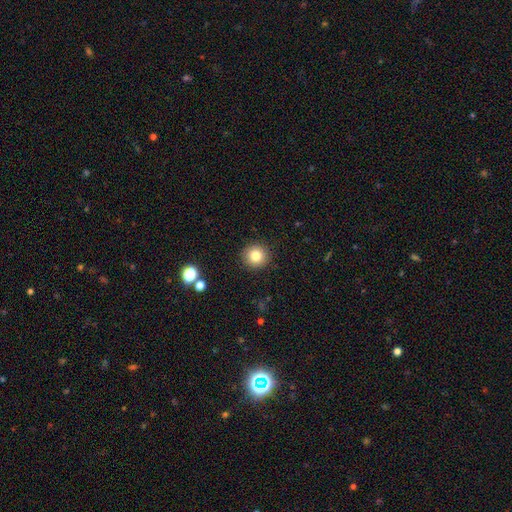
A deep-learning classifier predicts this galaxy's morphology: smooth 81%, star or artifact 12%, featured or disk 7%. Down the decision tree: how rounded — round (94%); merging — none (91%).